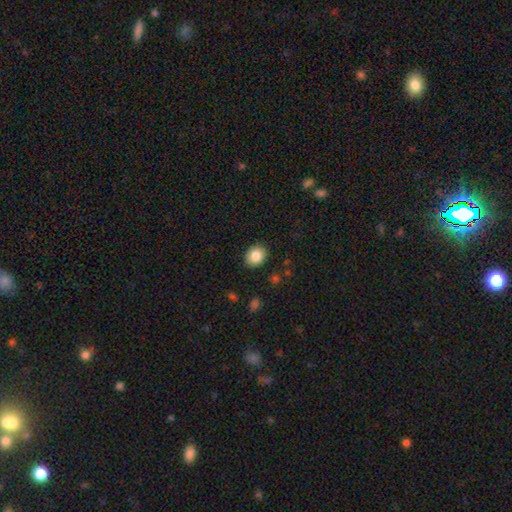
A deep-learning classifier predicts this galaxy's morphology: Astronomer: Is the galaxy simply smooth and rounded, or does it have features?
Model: smooth — 85%.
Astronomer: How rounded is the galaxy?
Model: round — 57% (runner-up: in between, 42%).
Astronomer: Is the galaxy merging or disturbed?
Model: none — 89%.